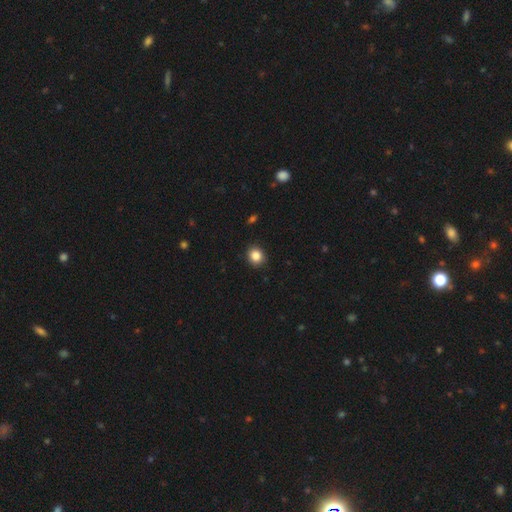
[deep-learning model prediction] smooth-or-featured: smooth: 85% | star or artifact: 10% | featured or disk: 5%
  how-rounded: round: 76% | in between: 24% | cigar-shaped: 1%
  merging: none: 91% | minor disturbance: 7% | major disturbance: 2% | merger: 1%